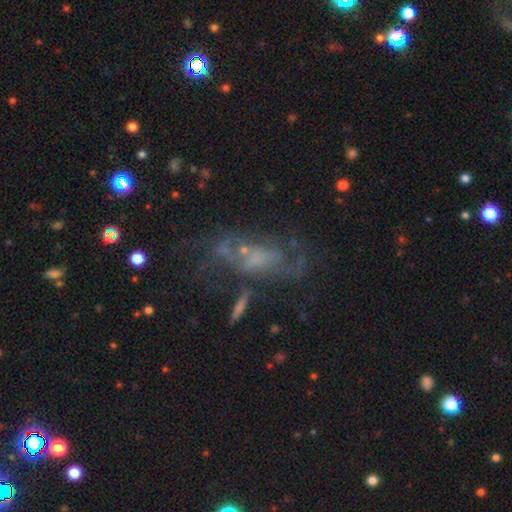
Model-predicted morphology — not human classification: smooth-or-featured: featured or disk: 50% | smooth: 27% | star or artifact: 23%
  merging: none: 43% | major disturbance: 25% | minor disturbance: 19% | merger: 13%